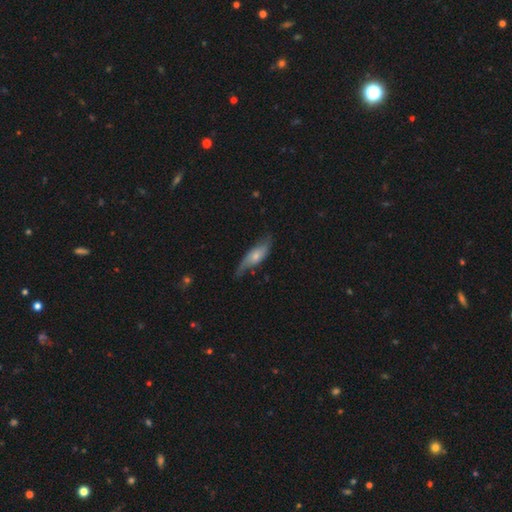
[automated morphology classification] This is possibly a featured or disk galaxy (50%). It is likely not viewed edge-on (69%). Merging: possibly none (59%).